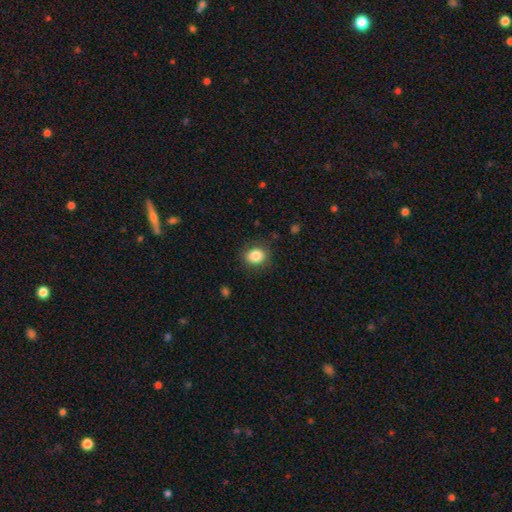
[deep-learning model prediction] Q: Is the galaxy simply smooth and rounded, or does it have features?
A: smooth — 85%.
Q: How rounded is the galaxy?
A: round — 57%.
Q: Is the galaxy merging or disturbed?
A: none — 85%.